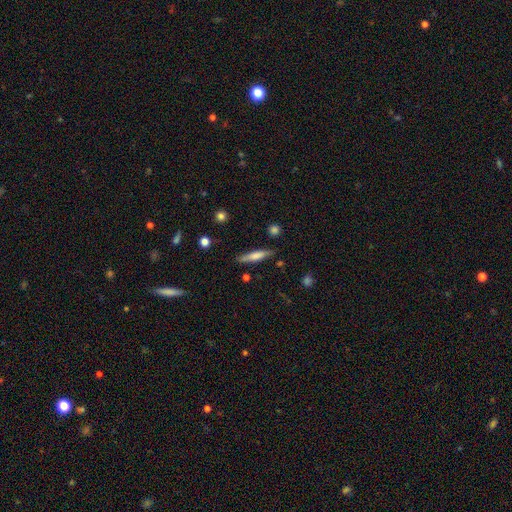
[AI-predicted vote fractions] Smooth or featured? Predicted: smooth (p=0.60). How rounded? Predicted: cigar-shaped (p=0.87). Merging? Predicted: none (p=0.83).